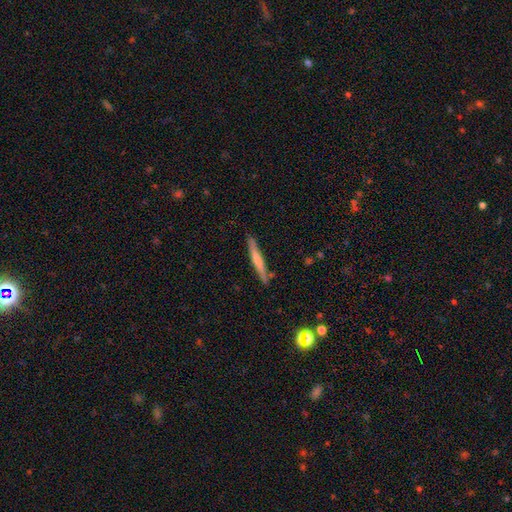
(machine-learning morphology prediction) Overall: featured or disk (49%; smooth 44%). Merging: none (88%).